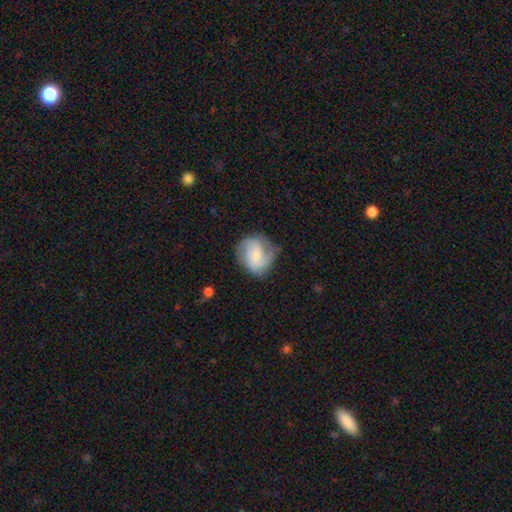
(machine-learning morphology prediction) This is likely a featured or disk galaxy (72%). It is clearly not viewed edge-on (98%). Bar: possibly no (48%). Spiral arm pattern: clearly yes (94%). Spiral arm count: possibly 2 (56%). Spiral winding: possibly medium (49%). Central bulge: possibly small (58%). Merging: likely none (71%).